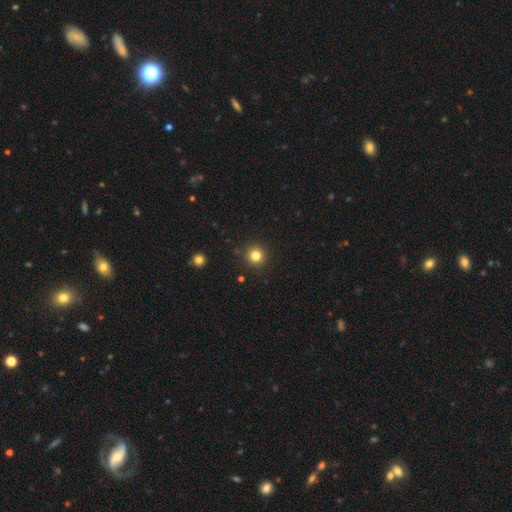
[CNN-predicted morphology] smooth_or_featured: smooth (p=0.82) [alt: star or artifact p=0.13]
how_rounded: round (p=0.95) [alt: in between p=0.04]
merging: none (p=0.91) [alt: minor disturbance p=0.05]